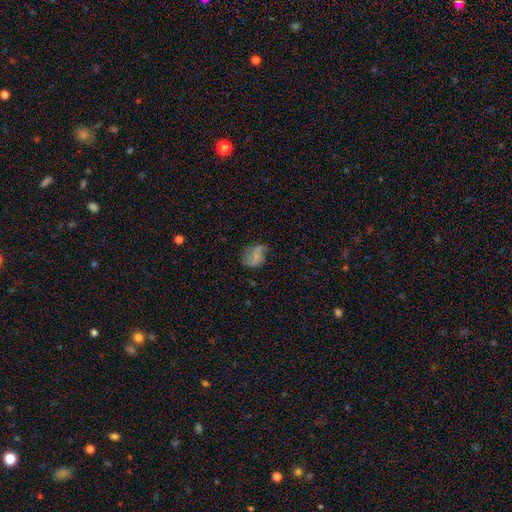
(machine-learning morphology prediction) This appears to be a featured or disk galaxy (49%). Merging: none (50%).